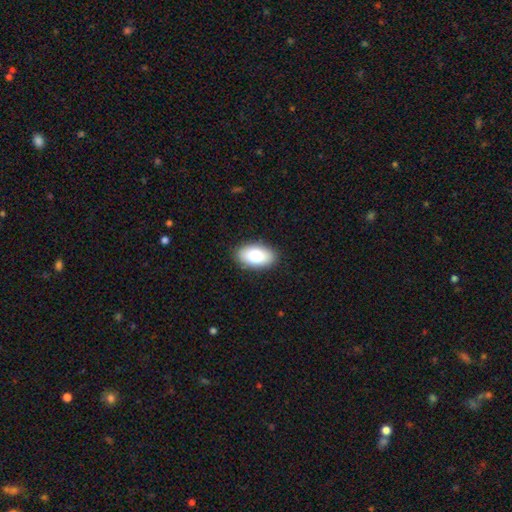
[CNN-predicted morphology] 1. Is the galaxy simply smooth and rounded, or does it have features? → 82% smooth, 11% featured or disk, 7% star or artifact.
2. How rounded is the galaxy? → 94% in between, 5% round, 2% cigar-shaped.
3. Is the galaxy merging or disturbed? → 89% none, 8% minor disturbance, 2% major disturbance, 1% merger.